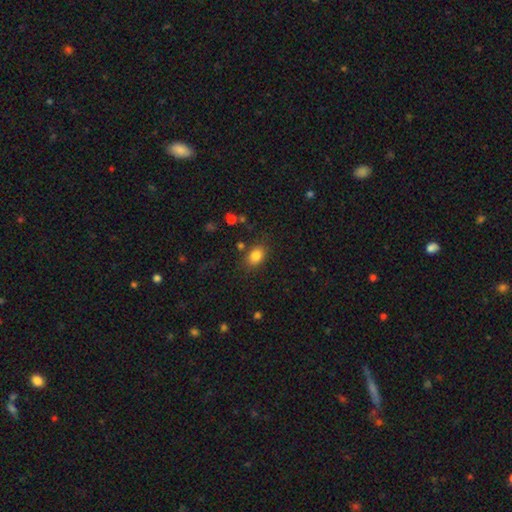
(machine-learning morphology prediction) A smooth galaxy with no disk features (83%) that is in between round and cigar-shaped (72%). Merging: none (79%).